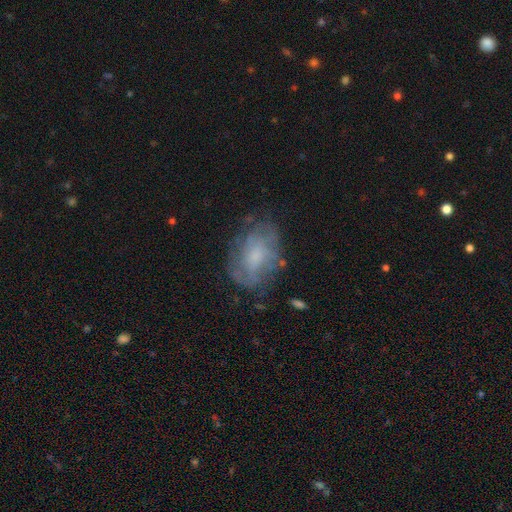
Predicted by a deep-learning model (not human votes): Q: Smooth or featured?
A: featured or disk (53%); runner-up: smooth (38%)
Q: Edge-on disk?
A: no (96%); runner-up: yes (4%)
Q: Bar?
A: no (71%); runner-up: weak (25%)
Q: Spiral arms?
A: yes (60%); runner-up: no (40%)
Q: Bulge size?
A: small (40%); runner-up: moderate (33%)
Q: Merging?
A: none (64%); runner-up: minor disturbance (22%)